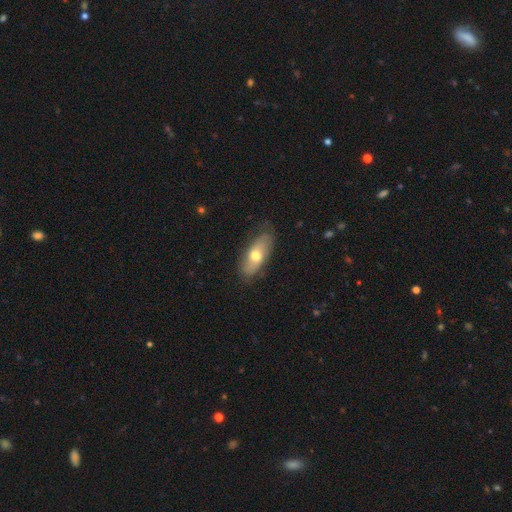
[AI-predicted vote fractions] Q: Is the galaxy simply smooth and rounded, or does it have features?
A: smooth — 61%.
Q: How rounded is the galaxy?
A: in between — 81%.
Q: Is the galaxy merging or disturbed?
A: none — 76%.